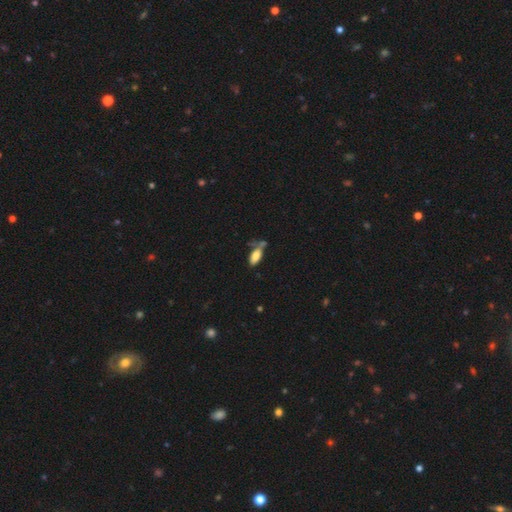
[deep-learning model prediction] Smooth or featured? Predicted: smooth (p=0.79). How rounded? Predicted: in between (p=0.85). Merging? Predicted: none (p=0.49).